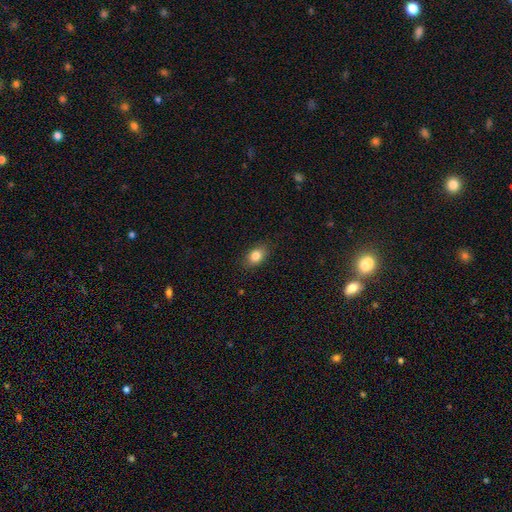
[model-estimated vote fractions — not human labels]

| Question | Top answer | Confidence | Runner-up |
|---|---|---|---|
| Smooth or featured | smooth | 84% | star or artifact (9%) |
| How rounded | in between | 79% | round (20%) |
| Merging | none | 85% | minor disturbance (11%) |